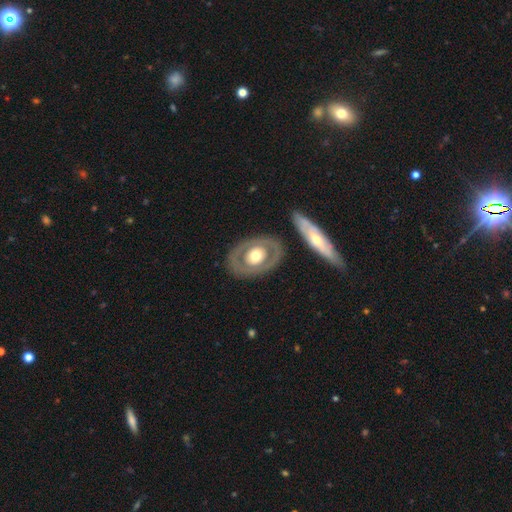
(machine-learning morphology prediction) This is likely a featured or disk galaxy (60%). It is clearly not viewed edge-on (90%). Bar: clearly no (89%). Spiral arm pattern: clearly no (86%). Central bulge: likely moderate (61%). Merging: clearly none (80%).